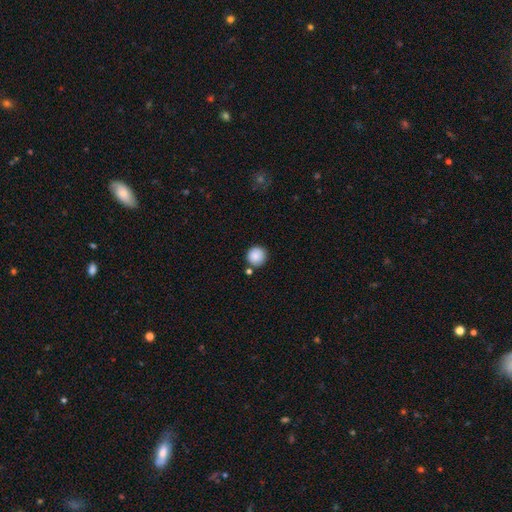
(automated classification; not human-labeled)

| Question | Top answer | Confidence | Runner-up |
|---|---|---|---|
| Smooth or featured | smooth | 88% | star or artifact (8%) |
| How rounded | round | 95% | in between (4%) |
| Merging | none | 84% | minor disturbance (7%) |